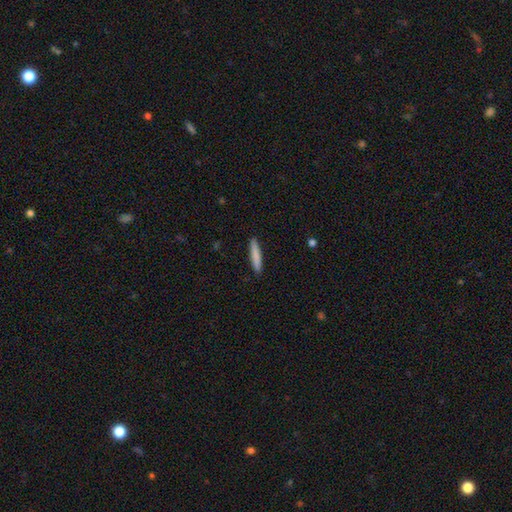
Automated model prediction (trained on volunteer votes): A smooth galaxy with no disk features (83%) that is cigar-shaped (91%).

Vote fractions:
- Smooth or featured? smooth: 83% / featured or disk: 11% / star or artifact: 6%
- How rounded? cigar-shaped: 91% / in between: 8% / round: 1%
- Merging? none: 91% / minor disturbance: 7% / major disturbance: 1% / merger: 1%